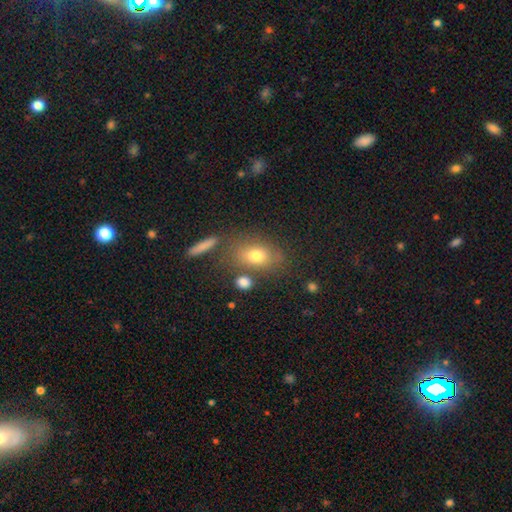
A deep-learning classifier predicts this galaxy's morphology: Smooth or featured? Predicted: smooth (p=0.73). How rounded? Predicted: in between (p=0.73). Merging? Predicted: none (p=0.68).